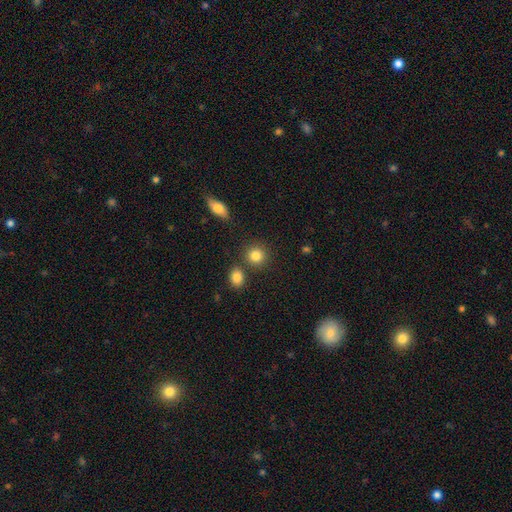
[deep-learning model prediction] smooth-or-featured: smooth: 85% | star or artifact: 10% | featured or disk: 6%
  how-rounded: round: 87% | in between: 12% | cigar-shaped: 1%
  merging: none: 79% | merger: 10% | minor disturbance: 8% | major disturbance: 3%